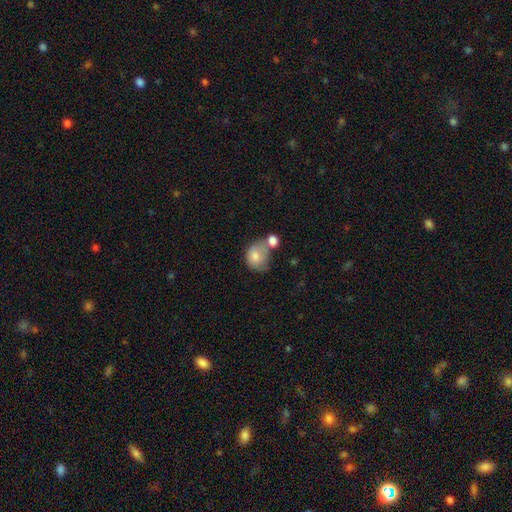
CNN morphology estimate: A smooth galaxy with no disk features (78%) that is round (54%). Merging: merger (37%).